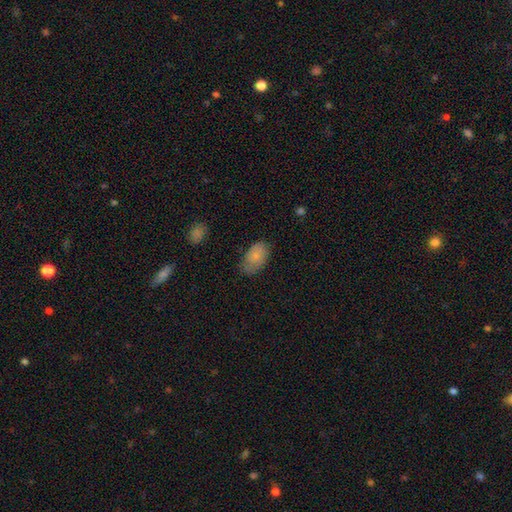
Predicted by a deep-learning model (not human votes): smooth 82%, featured or disk 11%, star or artifact 7%. Down the decision tree: how rounded — in between (92%); merging — none (67%).